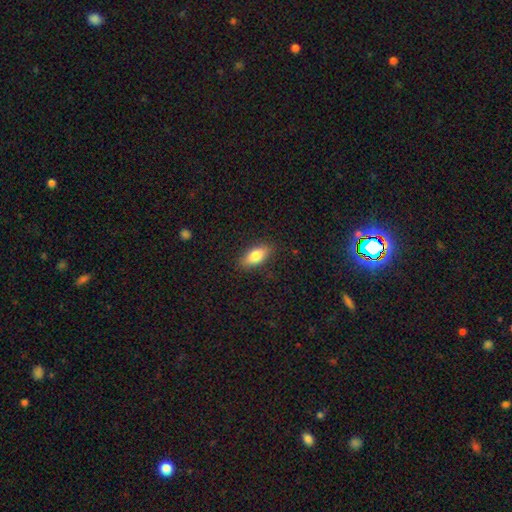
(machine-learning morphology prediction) Smooth or featured?
  - smooth: 80% *
  - featured or disk: 13%
  - star or artifact: 7%
How rounded?
  - in between: 83% *
  - cigar-shaped: 13%
  - round: 4%
Merging?
  - none: 87% *
  - minor disturbance: 10%
  - major disturbance: 2%
  - merger: 1%